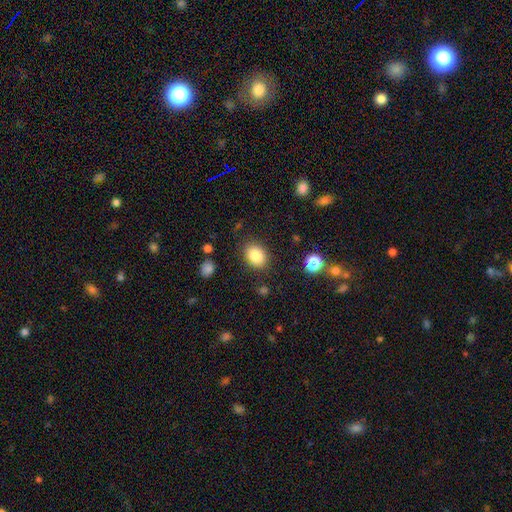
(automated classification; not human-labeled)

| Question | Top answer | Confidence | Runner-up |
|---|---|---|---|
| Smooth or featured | smooth | 85% | star or artifact (9%) |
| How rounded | in between | 67% | round (32%) |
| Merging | none | 84% | minor disturbance (10%) |